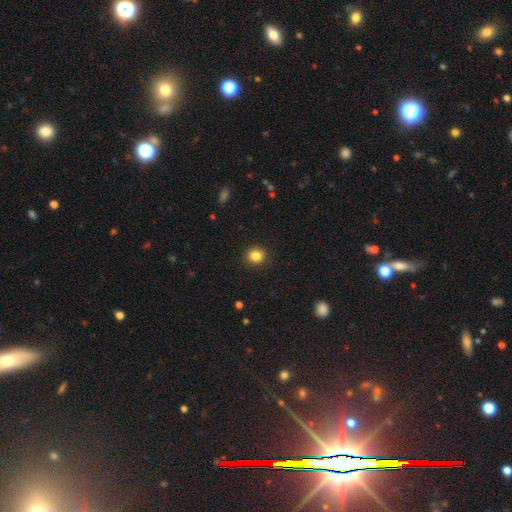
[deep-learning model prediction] The model was most divided on "how rounded": round: 86%, in between: 13%, cigar-shaped: 1%. More confident: merging — none (91%); smooth or featured — smooth (84%).